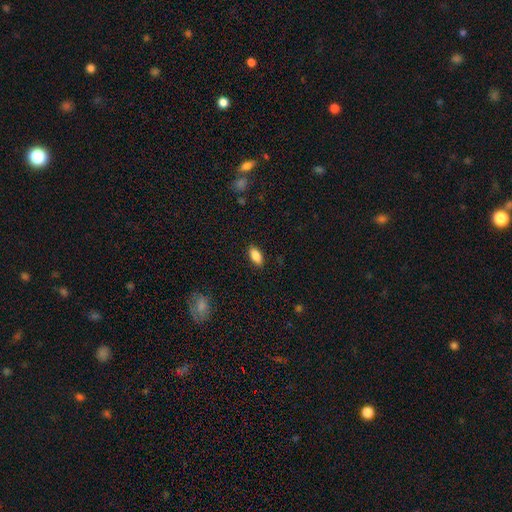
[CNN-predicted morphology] Smooth or featured? Predicted: smooth (p=0.85). How rounded? Predicted: in between (p=0.88). Merging? Predicted: none (p=0.88).